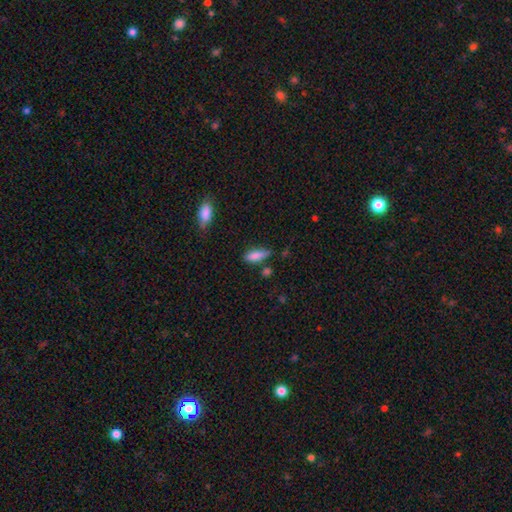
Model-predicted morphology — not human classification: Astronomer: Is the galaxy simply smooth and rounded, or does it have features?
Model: smooth — 81%.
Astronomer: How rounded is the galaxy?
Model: in between — 59% (runner-up: cigar-shaped, 38%).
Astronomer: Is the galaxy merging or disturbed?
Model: none — 60%.